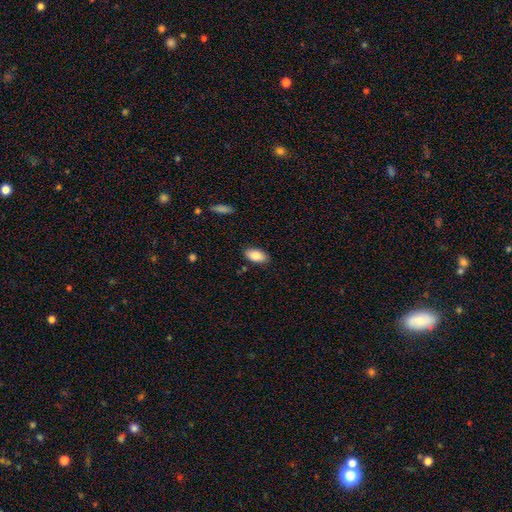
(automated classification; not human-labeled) This is clearly a smooth galaxy (85%). How rounded: clearly in between (93%). Merging: clearly none (85%).